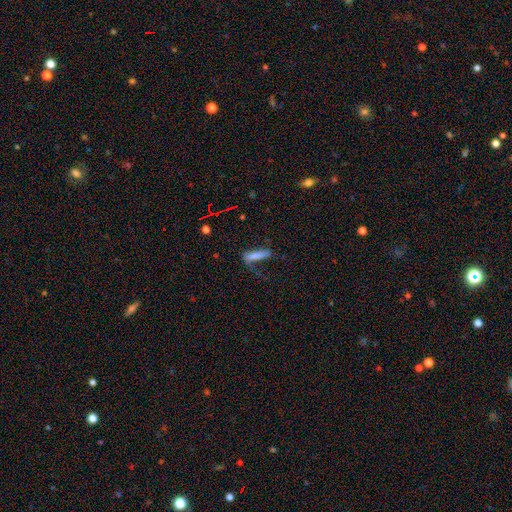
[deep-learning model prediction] smooth 72%, featured or disk 19%, star or artifact 9%. Down the decision tree: how rounded — cigar-shaped (77%); merging — none (53%).